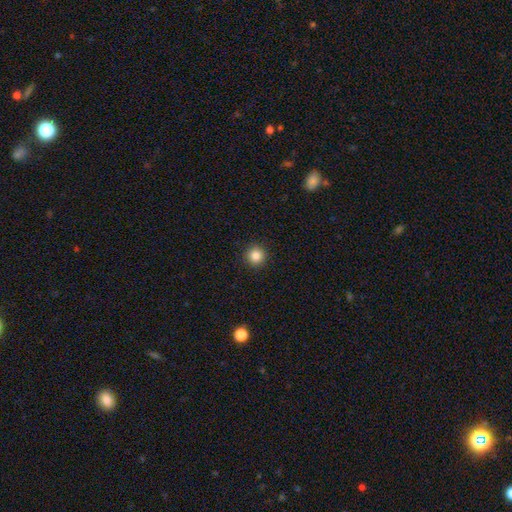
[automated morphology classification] Smooth or featured? Predicted: smooth (p=0.84). How rounded? Predicted: round (p=0.95). Merging? Predicted: none (p=0.93).